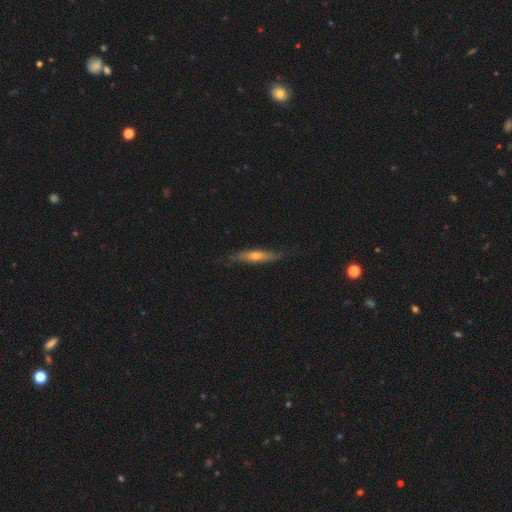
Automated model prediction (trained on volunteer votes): Overall: featured or disk (51%; smooth 43%). Edge-on disk: yes (85%). Merging: none (77%).